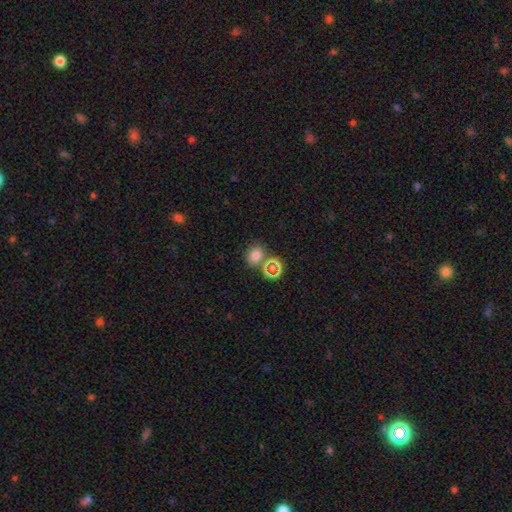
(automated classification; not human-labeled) Q: Smooth or featured?
A: smooth (72%); runner-up: star or artifact (22%)
Q: How rounded?
A: round (67%); runner-up: in between (32%)
Q: Merging?
A: none (69%); runner-up: merger (18%)